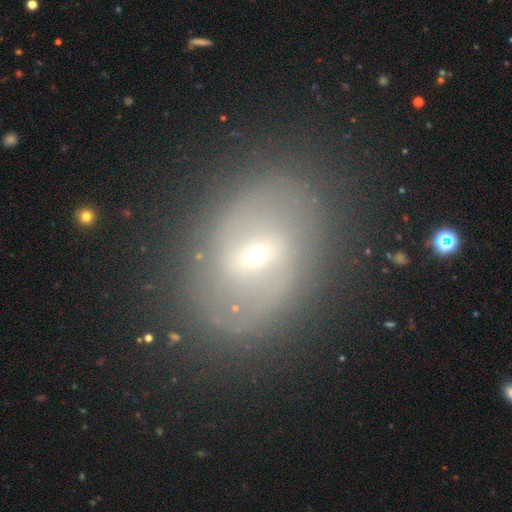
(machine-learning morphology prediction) Smooth or featured?
  - featured or disk: 63% *
  - smooth: 25%
  - star or artifact: 13%
Edge-on disk?
  - no: 94% *
  - yes: 6%
Bar?
  - weak: 45% *
  - strong: 28%
  - no: 27%
Spiral arms?
  - yes: 63% *
  - no: 37%
Bulge size?
  - small: 78% *
  - moderate: 18%
  - large: 2%
  - none: 1%
  - dominant: 1%
Merging?
  - none: 78% *
  - minor disturbance: 14%
  - major disturbance: 6%
  - merger: 2%